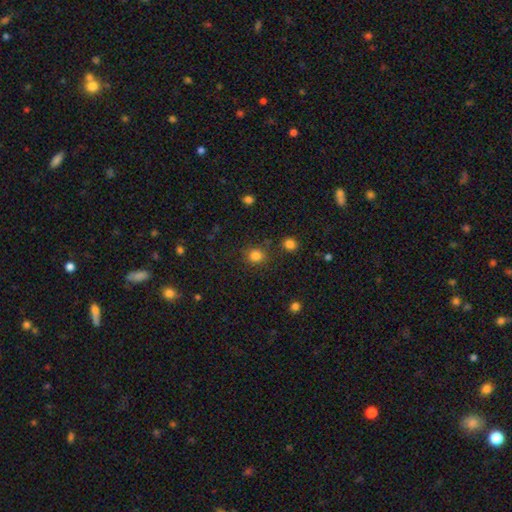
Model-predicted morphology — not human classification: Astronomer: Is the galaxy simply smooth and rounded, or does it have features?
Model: smooth — 82%.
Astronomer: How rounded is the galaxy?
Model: round — 83%.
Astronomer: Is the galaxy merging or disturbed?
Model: none — 81%.